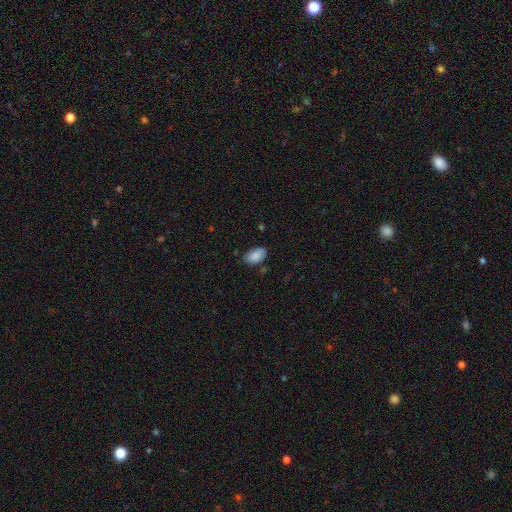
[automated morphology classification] A smooth galaxy with no disk features (86%) that is in between round and cigar-shaped (94%).

Vote fractions:
- Smooth or featured? smooth: 86% / featured or disk: 7% / star or artifact: 7%
- How rounded? in between: 94% / round: 5% / cigar-shaped: 1%
- Merging? none: 78% / minor disturbance: 17% / major disturbance: 3% / merger: 2%